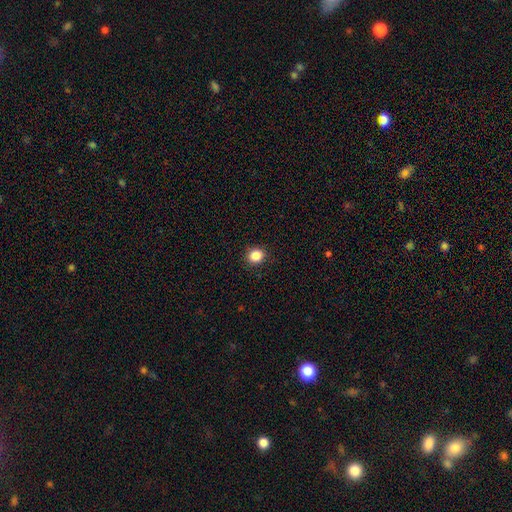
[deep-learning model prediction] Q: Smooth or featured?
A: smooth (85%); runner-up: star or artifact (11%)
Q: How rounded?
A: round (85%); runner-up: in between (14%)
Q: Merging?
A: none (91%); runner-up: minor disturbance (6%)